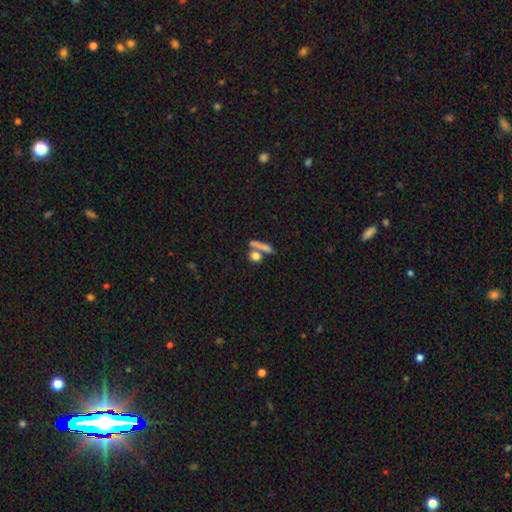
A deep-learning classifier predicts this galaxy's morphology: Smooth or featured? Predicted: smooth (p=0.75). How rounded? Predicted: round (p=0.45). Merging? Predicted: none (p=0.54).